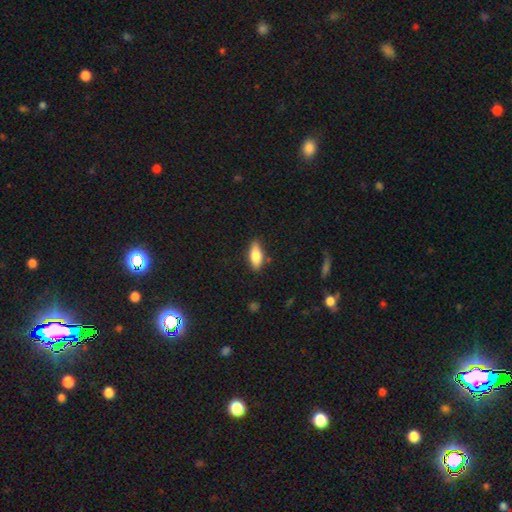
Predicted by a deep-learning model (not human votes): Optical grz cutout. It shows a smooth galaxy with no disk features (77%) that is in between round and cigar-shaped (76%). Merging: none (84%).